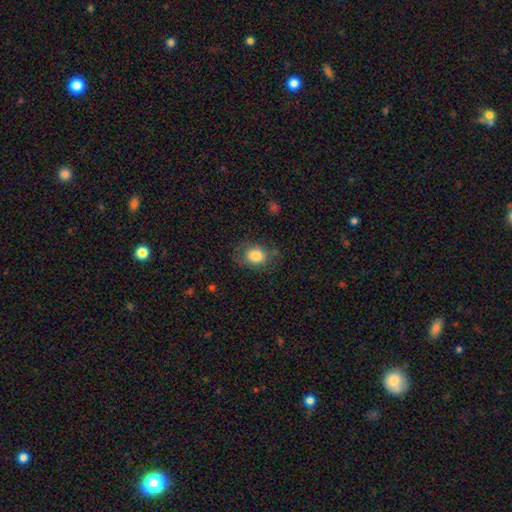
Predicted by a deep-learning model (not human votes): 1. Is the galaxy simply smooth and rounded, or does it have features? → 81% smooth, 11% featured or disk, 9% star or artifact.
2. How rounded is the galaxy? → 52% in between, 46% round, 1% cigar-shaped.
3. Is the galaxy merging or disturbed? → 66% none, 23% minor disturbance, 9% major disturbance, 2% merger.